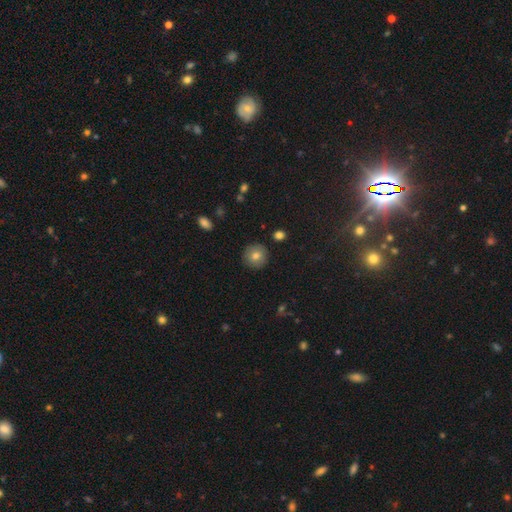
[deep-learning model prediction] smooth 78%, featured or disk 12%, star or artifact 9%. Down the decision tree: how rounded — round (94%); merging — none (90%).